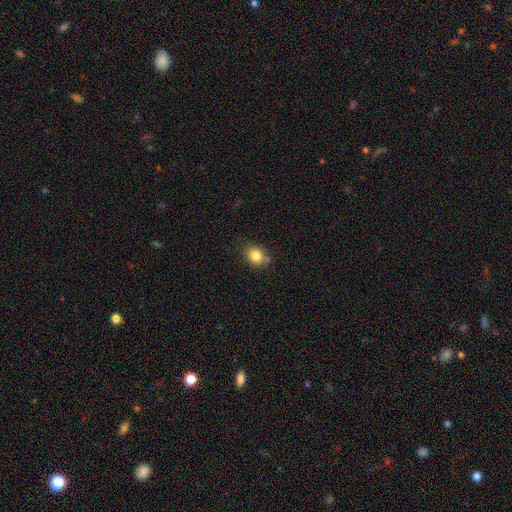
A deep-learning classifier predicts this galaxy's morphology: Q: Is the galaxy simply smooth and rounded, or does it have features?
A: smooth — 82%.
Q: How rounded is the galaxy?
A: round — 56%.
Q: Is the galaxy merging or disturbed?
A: none — 67%.